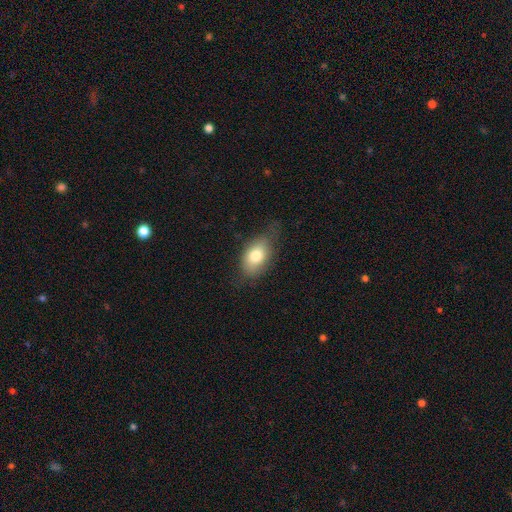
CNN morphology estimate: Q: Smooth or featured?
A: smooth (77%); runner-up: featured or disk (16%)
Q: How rounded?
A: in between (88%); runner-up: round (10%)
Q: Merging?
A: none (59%); runner-up: minor disturbance (30%)